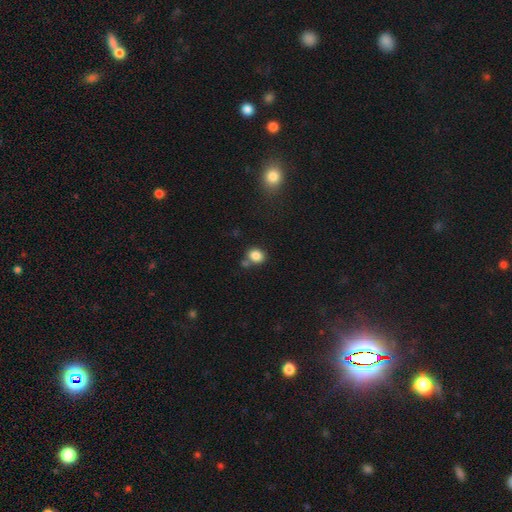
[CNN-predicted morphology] A smooth galaxy with no disk features (85%) that is round (64%). Merging: none (65%).